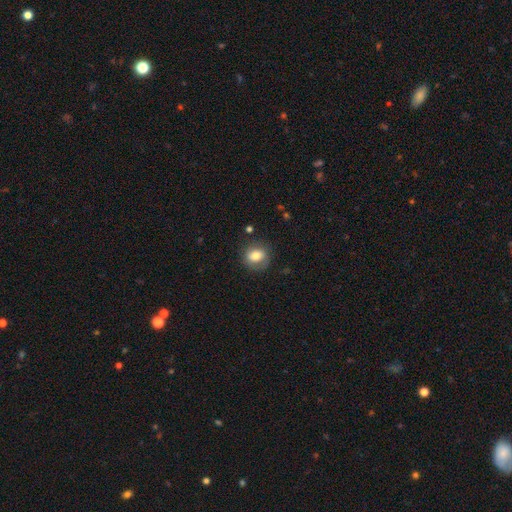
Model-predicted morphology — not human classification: Overall: smooth (75%). How rounded: round (63%; in between 36%). Merging: none (77%).